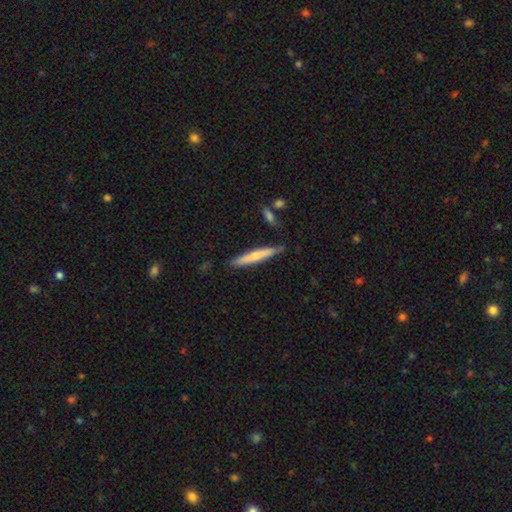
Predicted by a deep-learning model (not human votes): This is likely a smooth galaxy (61%). How rounded: clearly cigar-shaped (93%). Merging: clearly none (83%).